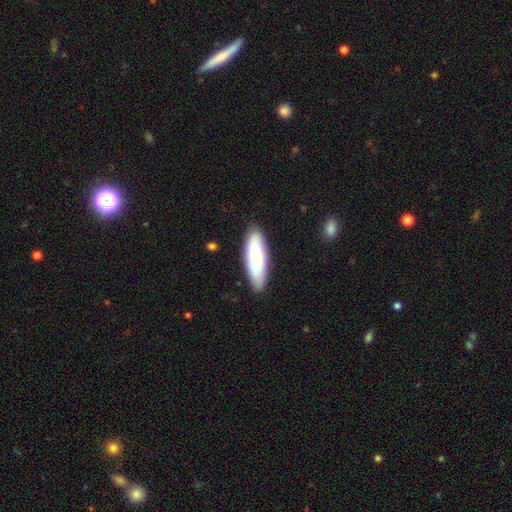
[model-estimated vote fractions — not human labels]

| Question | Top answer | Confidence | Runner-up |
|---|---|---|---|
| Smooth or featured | smooth | 68% | featured or disk (23%) |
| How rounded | cigar-shaped | 51% | in between (48%) |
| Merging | none | 83% | minor disturbance (13%) |